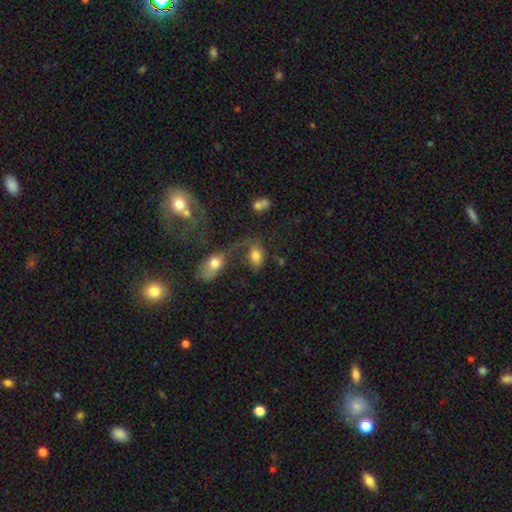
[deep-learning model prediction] Smooth or featured: smooth — 73% (featured or disk — 16%)
How rounded: in between — 82% (round — 16%)
Merging: merger — 37% (none — 29%)